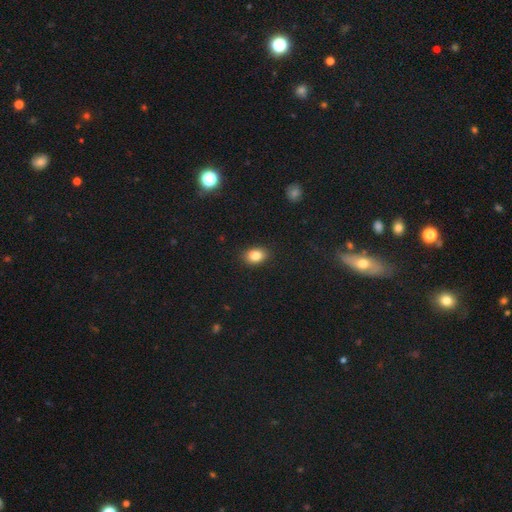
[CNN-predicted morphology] The model was most divided on "how rounded": in between: 69%, round: 30%, cigar-shaped: 1%. More confident: merging — none (89%); smooth or featured — smooth (84%).